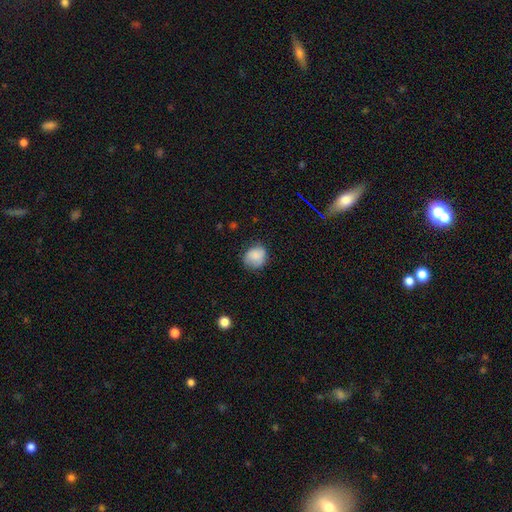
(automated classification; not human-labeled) Overall: smooth (83%). How rounded: round (73%). Merging: none (70%).